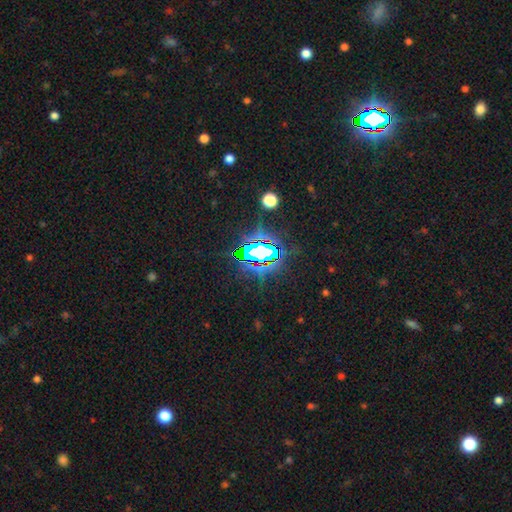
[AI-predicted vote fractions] star or artifact 74%, smooth 14%, featured or disk 11%.